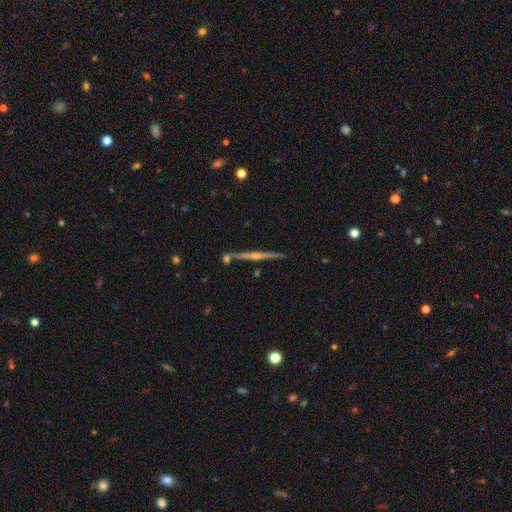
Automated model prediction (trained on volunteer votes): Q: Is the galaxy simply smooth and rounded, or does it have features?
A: featured or disk — 73%.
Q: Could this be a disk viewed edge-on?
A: yes — 96%.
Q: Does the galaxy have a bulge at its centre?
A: rounded — 71%.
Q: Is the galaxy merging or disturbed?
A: none — 85%.